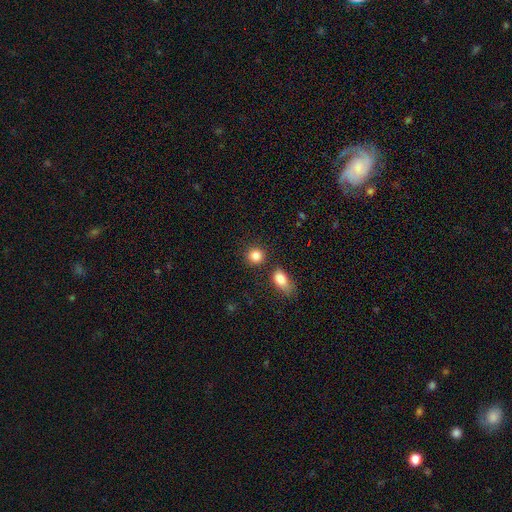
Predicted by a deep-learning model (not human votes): This is clearly a smooth galaxy (85%). How rounded: clearly round (84%). Merging: likely none (79%).